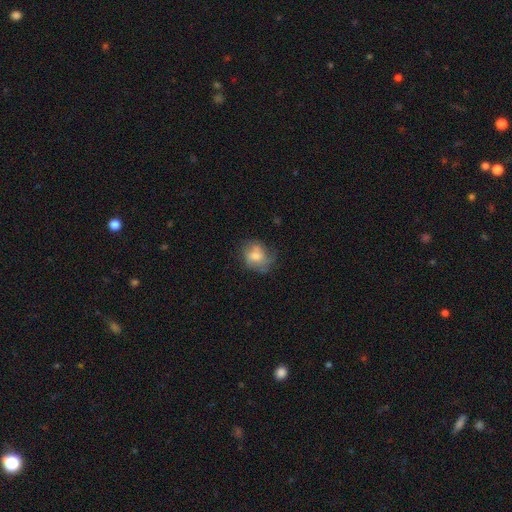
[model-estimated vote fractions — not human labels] Smooth or featured? Predicted: smooth (p=0.54). How rounded? Predicted: round (p=0.60). Merging? Predicted: none (p=0.56).